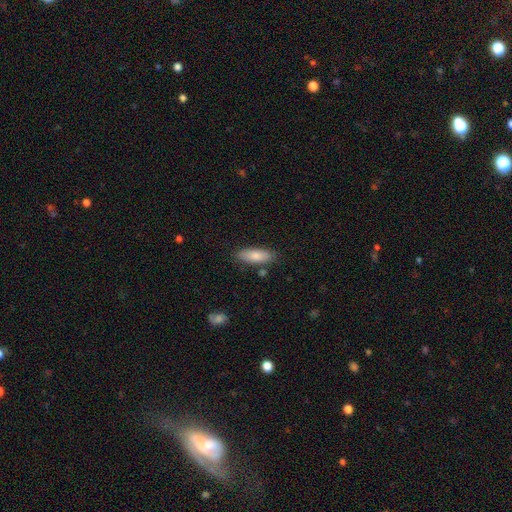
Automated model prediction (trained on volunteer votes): A smooth galaxy with no disk features (82%) that is in between round and cigar-shaped (70%). Merging: none (82%).